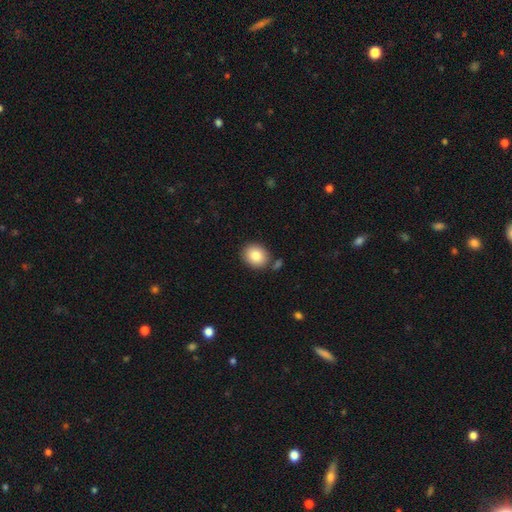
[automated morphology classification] Q: Smooth or featured?
A: smooth (84%); runner-up: star or artifact (8%)
Q: How rounded?
A: round (70%); runner-up: in between (29%)
Q: Merging?
A: none (81%); runner-up: minor disturbance (9%)